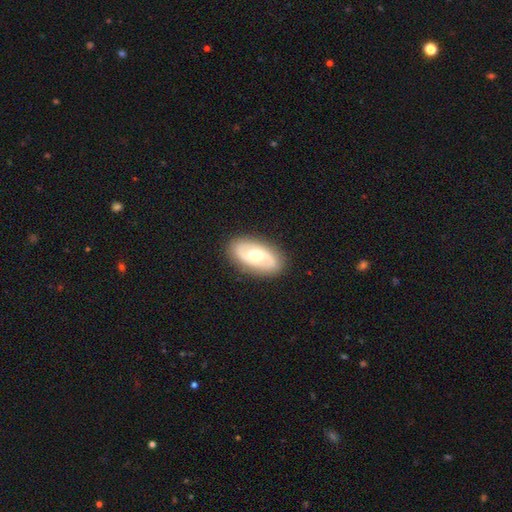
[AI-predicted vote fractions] smooth_or_featured: featured or disk (p=0.74) [alt: smooth p=0.22]
disk_edge_on: no (p=0.94) [alt: yes p=0.06]
bar: no (p=0.52) [alt: weak p=0.35]
has_spiral_arms: yes (p=0.79) [alt: no p=0.21]
spiral_winding: medium (p=0.42) [alt: loose p=0.31]
spiral_arm_count: 2 (p=0.88) [alt: can't tell p=0.06]
bulge_size: moderate (p=0.74) [alt: large p=0.15]
merging: none (p=0.88) [alt: minor disturbance p=0.09]